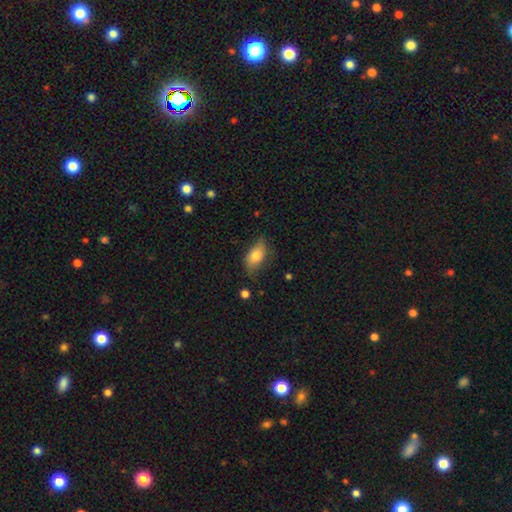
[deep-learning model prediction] A smooth galaxy with no disk features (76%) that is in between round and cigar-shaped (89%).

Vote fractions:
- Smooth or featured? smooth: 76% / featured or disk: 17% / star or artifact: 7%
- How rounded? in between: 89% / round: 6% / cigar-shaped: 5%
- Merging? none: 61% / minor disturbance: 29% / major disturbance: 8% / merger: 2%